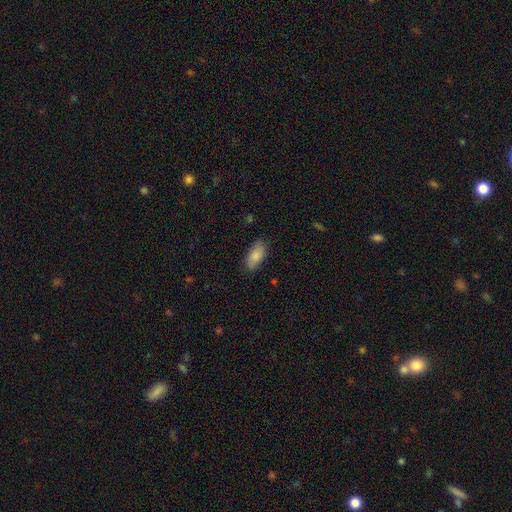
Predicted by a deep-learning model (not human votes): This is clearly a smooth galaxy (85%). How rounded: clearly in between (90%). Merging: clearly none (81%).